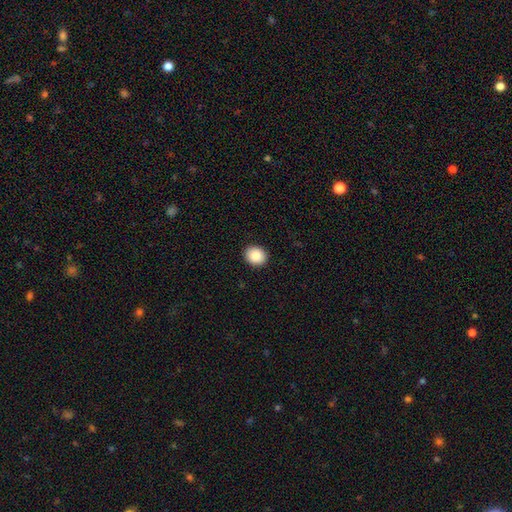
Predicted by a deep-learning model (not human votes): smooth-or-featured: smooth: 87% | star or artifact: 8% | featured or disk: 4%
  how-rounded: round: 69% | in between: 30% | cigar-shaped: 1%
  merging: none: 92% | minor disturbance: 6% | major disturbance: 2% | merger: 1%